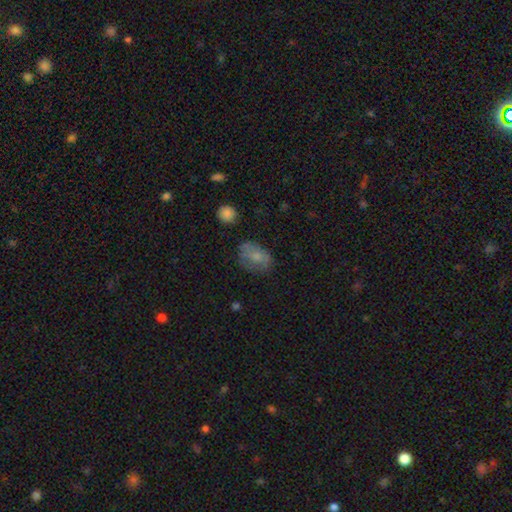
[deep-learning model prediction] Q: Smooth or featured?
A: smooth (68%); runner-up: featured or disk (22%)
Q: How rounded?
A: in between (75%); runner-up: round (23%)
Q: Merging?
A: none (60%); runner-up: minor disturbance (26%)